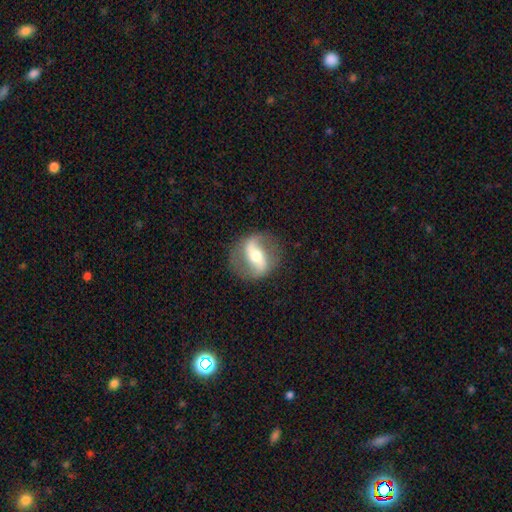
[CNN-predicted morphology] A featured or disk galaxy (78%) with a strong bar (55%), 2 (89%) loose (54%) spiral arms (78%) and a moderate central bulge (64%). Merging: none (80%).